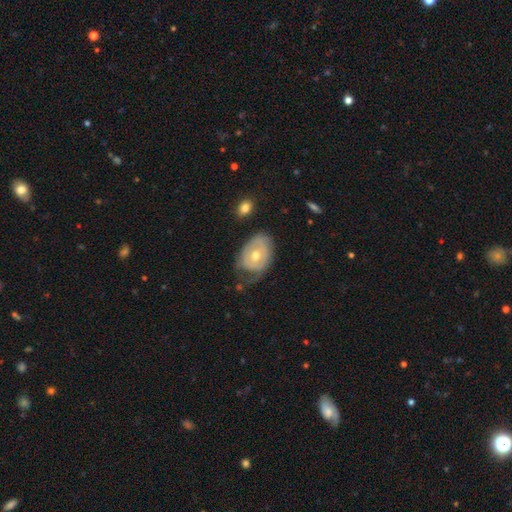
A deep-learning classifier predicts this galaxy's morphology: Smooth or featured?
  - featured or disk: 55% *
  - smooth: 38%
  - star or artifact: 7%
Edge-on disk?
  - no: 94% *
  - yes: 6%
Bar?
  - no: 84% *
  - weak: 13%
  - strong: 3%
Spiral arms?
  - no: 52% *
  - yes: 48%
Bulge size?
  - moderate: 60% *
  - small: 36%
  - large: 2%
  - none: 1%
  - dominant: 1%
Merging?
  - none: 45% *
  - minor disturbance: 35%
  - major disturbance: 18%
  - merger: 3%